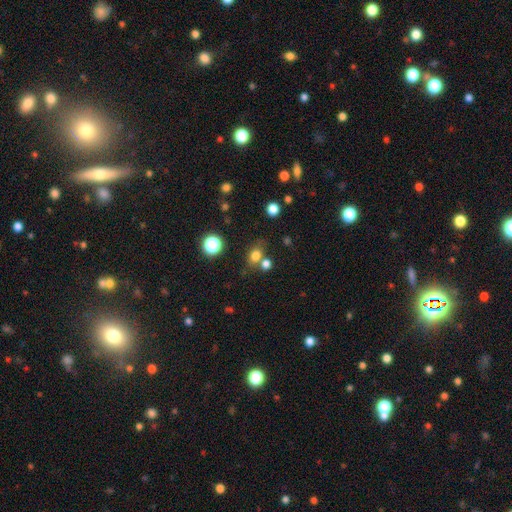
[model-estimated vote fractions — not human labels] A smooth galaxy with no disk features (76%) that is round (51%).

Vote fractions:
- Smooth or featured? smooth: 76% / star or artifact: 16% / featured or disk: 8%
- How rounded? round: 51% / in between: 47% / cigar-shaped: 1%
- Merging? none: 60% / merger: 23% / minor disturbance: 13% / major disturbance: 5%